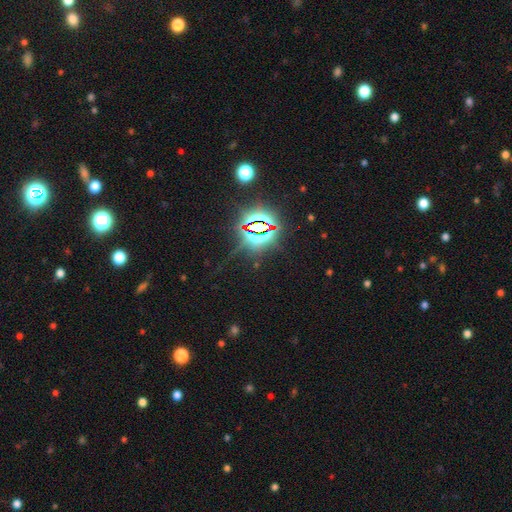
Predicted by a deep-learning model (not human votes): A star or artifact, not a galaxy (82%).